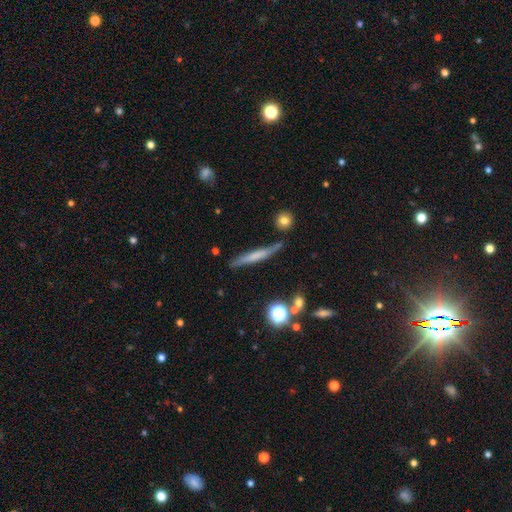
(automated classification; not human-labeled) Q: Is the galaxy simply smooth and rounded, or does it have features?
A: smooth — 50%.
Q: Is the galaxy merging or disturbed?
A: none — 79%.